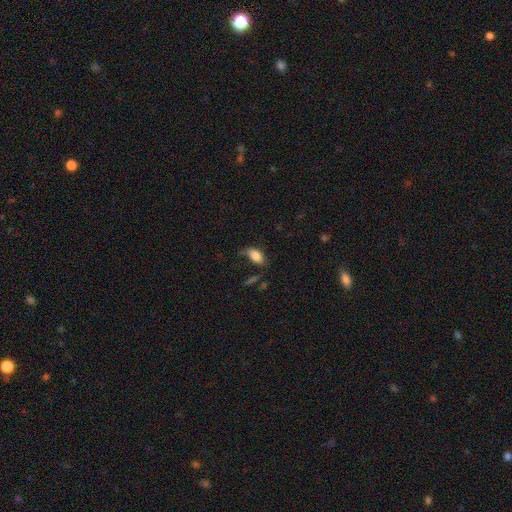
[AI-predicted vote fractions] A smooth galaxy with no disk features (85%) that is in between round and cigar-shaped (92%). Merging: none (64%).